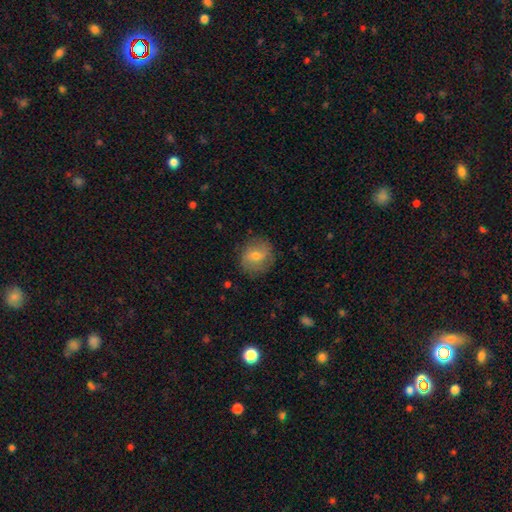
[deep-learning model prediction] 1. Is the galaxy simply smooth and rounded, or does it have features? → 62% smooth, 30% featured or disk, 8% star or artifact.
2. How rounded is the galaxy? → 80% round, 19% in between, 1% cigar-shaped.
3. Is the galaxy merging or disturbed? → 80% none, 14% minor disturbance, 5% major disturbance, 1% merger.